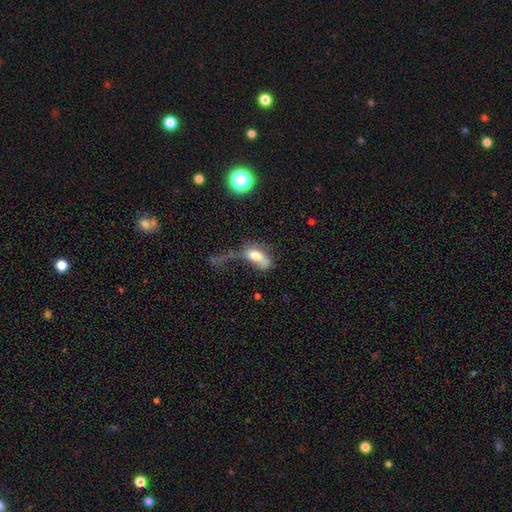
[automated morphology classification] smooth_or_featured: smooth (p=0.65) [alt: featured or disk p=0.25]
how_rounded: in between (p=0.84) [alt: cigar-shaped p=0.10]
merging: major disturbance (p=0.49) [alt: minor disturbance p=0.18]